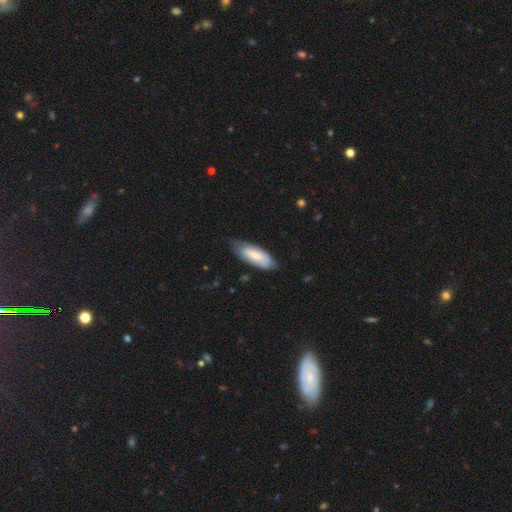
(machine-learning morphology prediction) smooth-or-featured: smooth: 68% | featured or disk: 27% | star or artifact: 5%
  how-rounded: in between: 75% | cigar-shaped: 23% | round: 2%
  merging: none: 70% | minor disturbance: 24% | major disturbance: 5% | merger: 2%